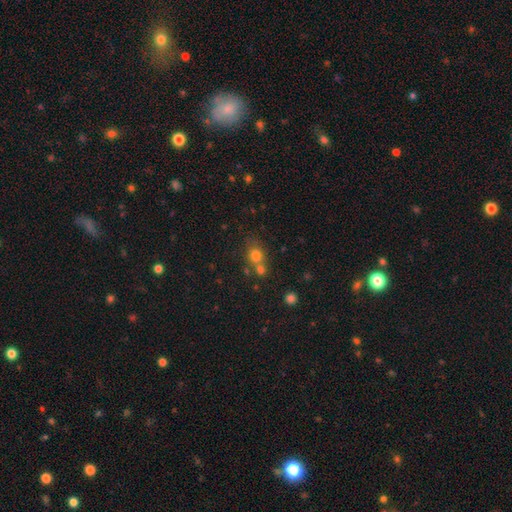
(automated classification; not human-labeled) Smooth or featured? smooth (75%)
How rounded? round (76%)
Merging? none (48%)